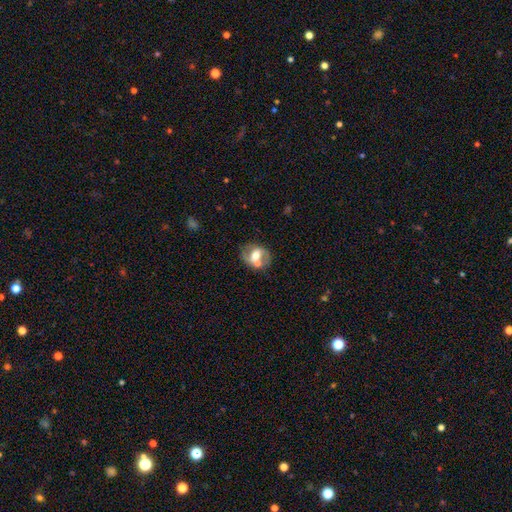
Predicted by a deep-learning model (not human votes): Smooth or featured: featured or disk — 49% (smooth — 43%)
Merging: none — 53% (merger — 23%)